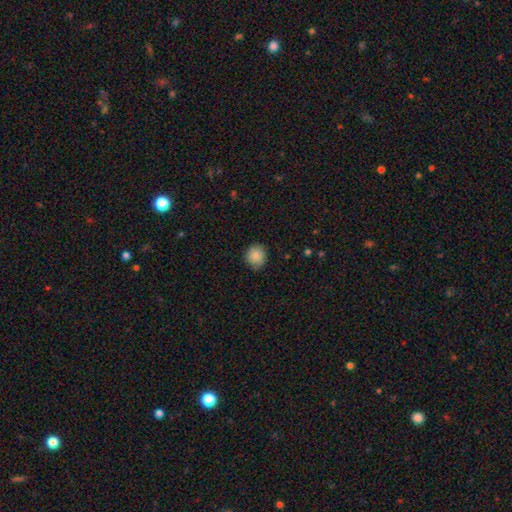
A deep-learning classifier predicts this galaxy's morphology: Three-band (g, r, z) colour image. It shows a smooth galaxy with no disk features (88%) that is round (84%). Merging: none (82%).